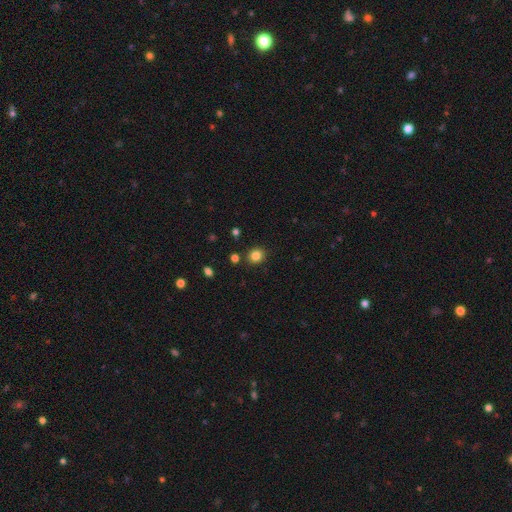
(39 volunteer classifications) This appears to be a smooth galaxy with no disk features (85%) that is round (85%). Merging: none (80%).